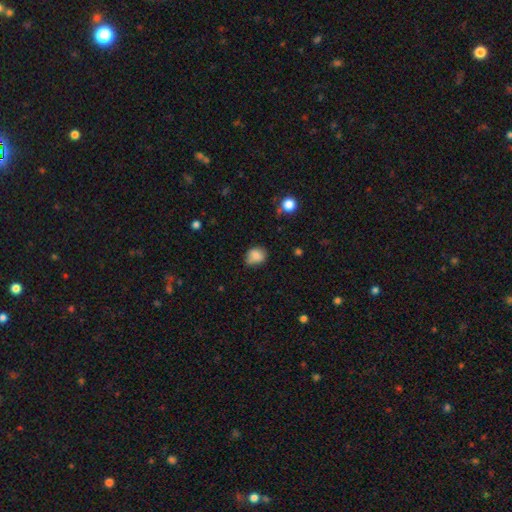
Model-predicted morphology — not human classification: Smooth or featured? Predicted: smooth (p=0.82). How rounded? Predicted: round (p=0.54). Merging? Predicted: none (p=0.60).